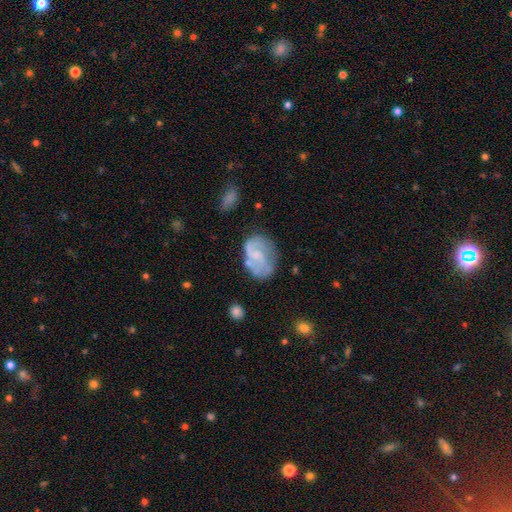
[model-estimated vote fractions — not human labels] Overall: featured or disk (61%; smooth 31%). Edge-on disk: no (98%). Bar: no (54%; weak 38%). Spiral arms: yes (70%; no 30%). Bulge size: none (37%, tied with small). Merging: none (51%; minor disturbance 25%).